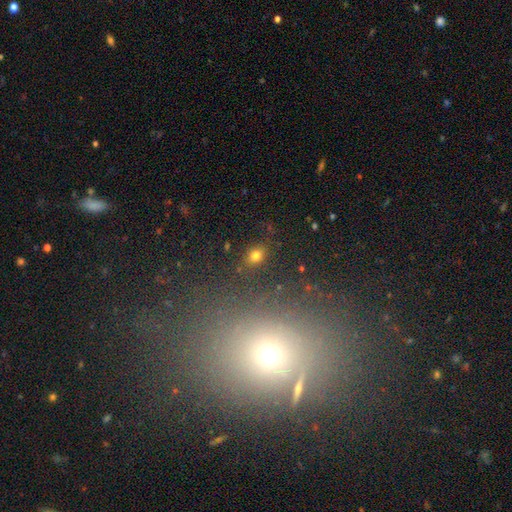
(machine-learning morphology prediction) Smooth or featured?
  - smooth: 75% *
  - star or artifact: 17%
  - featured or disk: 8%
How rounded?
  - in between: 57% *
  - round: 41%
  - cigar-shaped: 2%
Merging?
  - none: 82% *
  - minor disturbance: 10%
  - major disturbance: 4%
  - merger: 4%